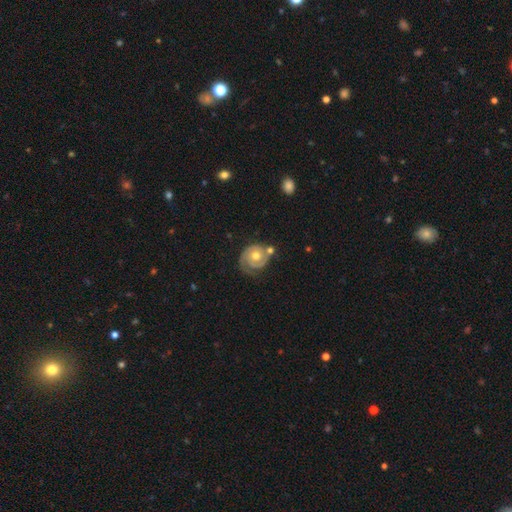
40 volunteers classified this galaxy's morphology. Q: Smooth or featured?
A: featured or disk (85%); runner-up: smooth (10%)
Q: Edge-on disk?
A: no (94%); runner-up: yes (6%)
Q: Bar?
A: no (91%); runner-up: weak (6%)
Q: Spiral arms?
A: yes (94%); runner-up: no (6%)
Q: Spiral winding?
A: tight (80%); runner-up: medium (13%)
Q: Spiral arm count?
A: 2 (60%); runner-up: 1 (20%)
Q: Bulge size?
A: moderate (81%); runner-up: small (16%)
Q: Merging?
A: none (55%); runner-up: minor disturbance (32%)